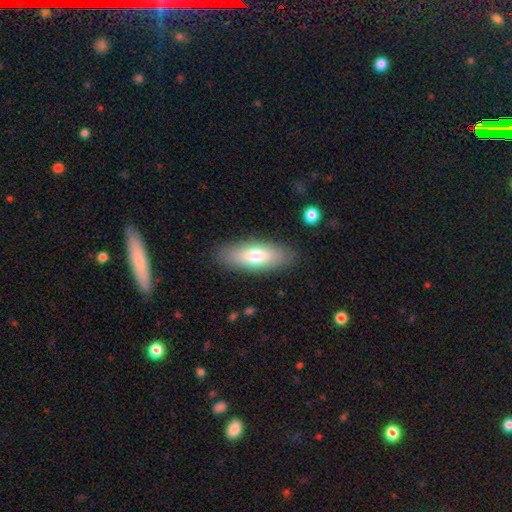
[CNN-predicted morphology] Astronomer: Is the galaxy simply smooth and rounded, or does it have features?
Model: smooth — 72%.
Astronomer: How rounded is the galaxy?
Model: in between — 72%.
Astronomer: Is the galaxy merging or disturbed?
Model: none — 86%.